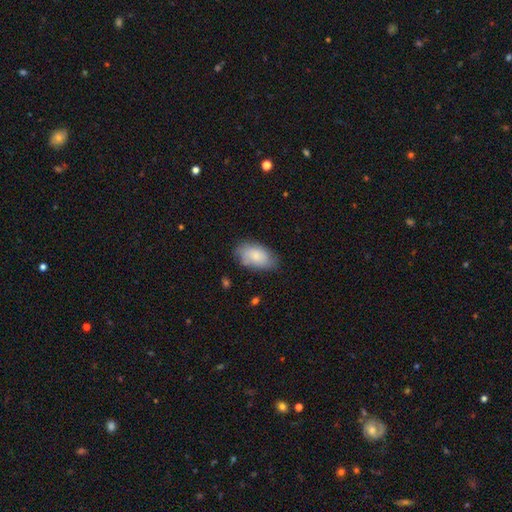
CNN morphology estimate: Q: Smooth or featured?
A: smooth (79%); runner-up: featured or disk (15%)
Q: How rounded?
A: in between (93%); runner-up: round (5%)
Q: Merging?
A: none (72%); runner-up: minor disturbance (22%)